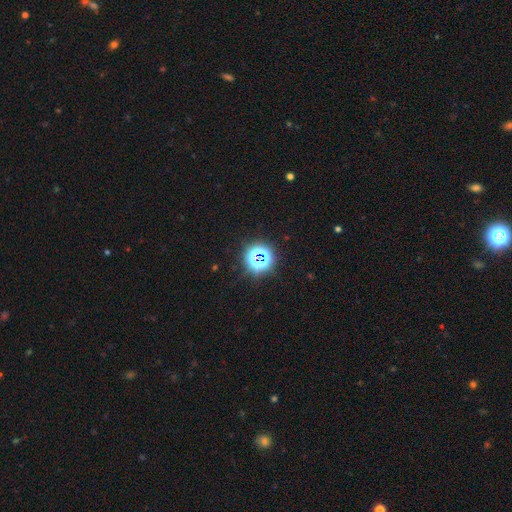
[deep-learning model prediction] The model was most divided on "smooth or featured": star or artifact: 71%, smooth: 20%, featured or disk: 9%.